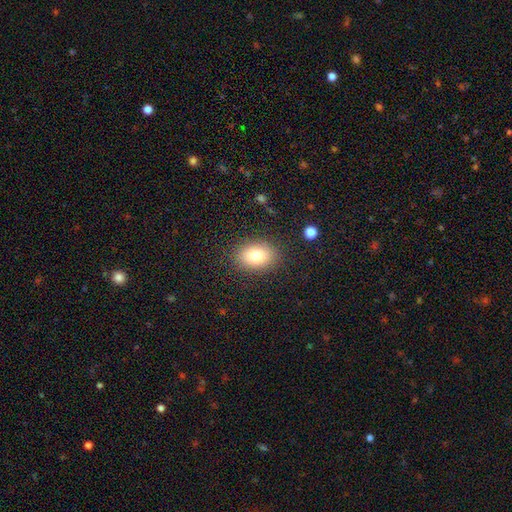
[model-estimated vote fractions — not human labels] Smooth or featured? Predicted: smooth (p=0.78). How rounded? Predicted: in between (p=0.70). Merging? Predicted: none (p=0.87).